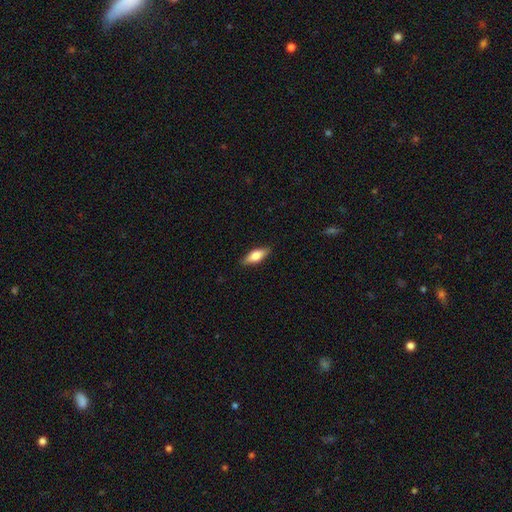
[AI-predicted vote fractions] Q: Smooth or featured?
A: smooth (73%); runner-up: featured or disk (21%)
Q: How rounded?
A: in between (70%); runner-up: cigar-shaped (27%)
Q: Merging?
A: none (87%); runner-up: minor disturbance (10%)